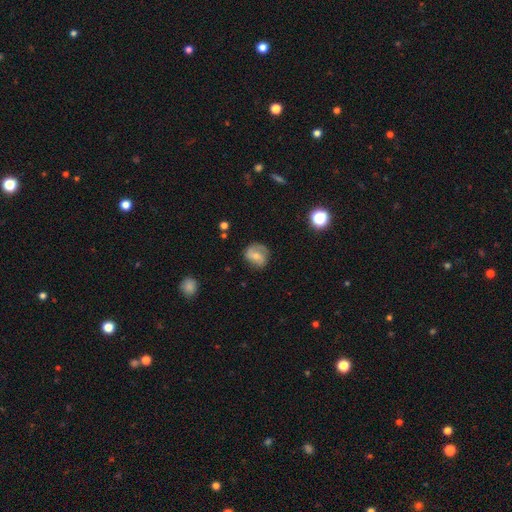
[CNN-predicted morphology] featured or disk 47%, smooth 44%, star or artifact 9%. Down the decision tree: merging — none (67%).